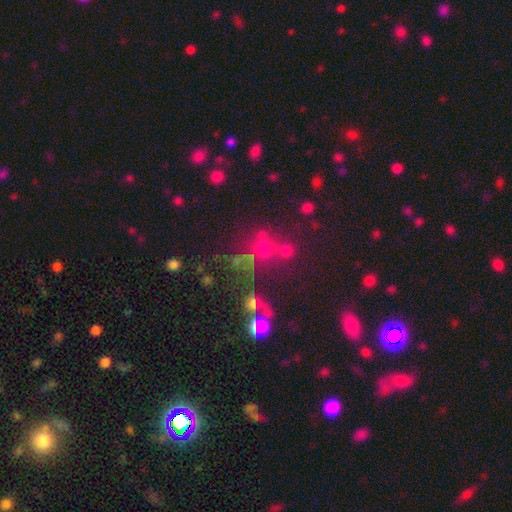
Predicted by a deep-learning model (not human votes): smooth_or_featured: smooth (p=0.43) [alt: star or artifact p=0.42]
merging: none (p=0.58) [alt: merger p=0.24]